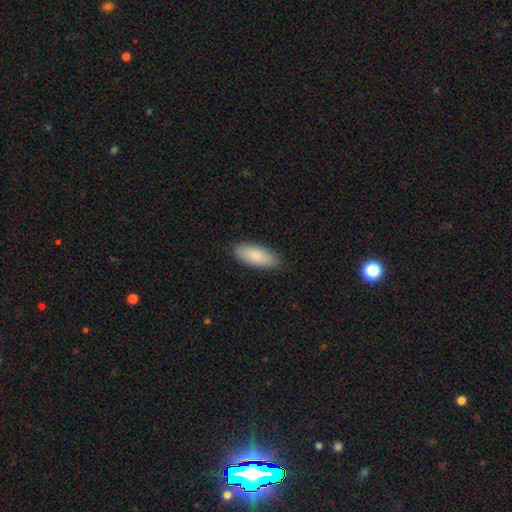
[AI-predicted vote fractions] Smooth or featured?
  - smooth: 88% *
  - featured or disk: 6%
  - star or artifact: 5%
How rounded?
  - in between: 83% *
  - cigar-shaped: 15%
  - round: 2%
Merging?
  - none: 87% *
  - minor disturbance: 10%
  - major disturbance: 2%
  - merger: 1%